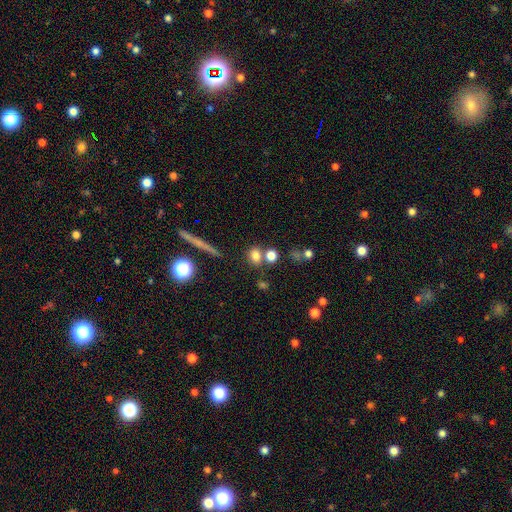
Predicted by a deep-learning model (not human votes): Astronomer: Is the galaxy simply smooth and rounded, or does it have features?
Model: smooth — 78%.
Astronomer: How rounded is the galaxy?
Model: round — 52% (runner-up: in between, 44%).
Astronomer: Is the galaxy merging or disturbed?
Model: none — 65%.